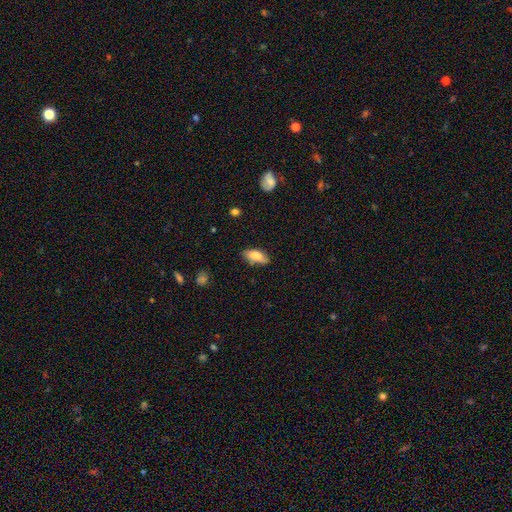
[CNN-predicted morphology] This appears to be a smooth galaxy with no disk features (81%) that is in between round and cigar-shaped (83%). Merging: none (71%).